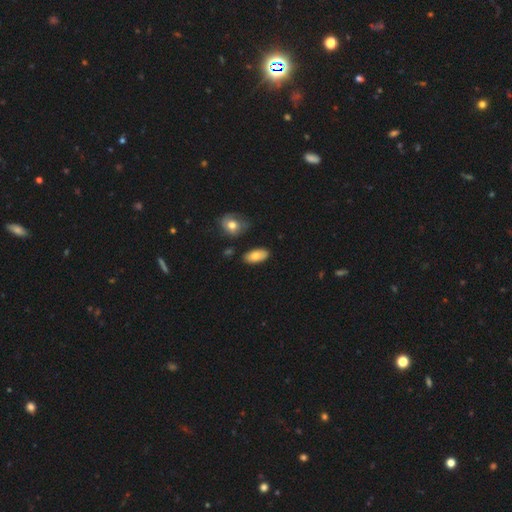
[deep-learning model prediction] Morphology: type=smooth (76%); roundness=in between (92%); merging=none (81%).